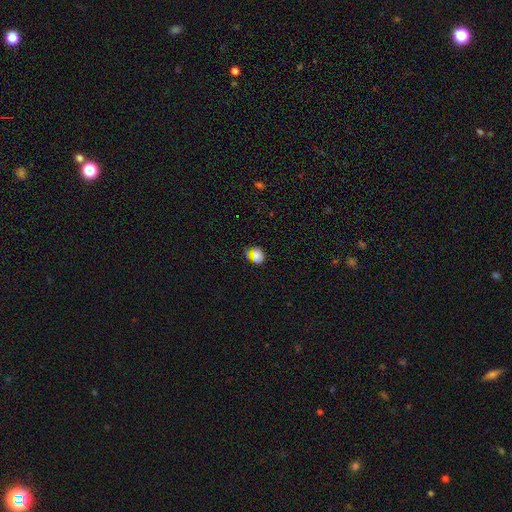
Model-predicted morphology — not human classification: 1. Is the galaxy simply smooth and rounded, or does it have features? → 64% smooth, 26% star or artifact, 10% featured or disk.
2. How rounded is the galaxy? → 64% round, 33% in between, 2% cigar-shaped.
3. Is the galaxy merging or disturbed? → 73% none, 15% minor disturbance, 6% merger, 6% major disturbance.